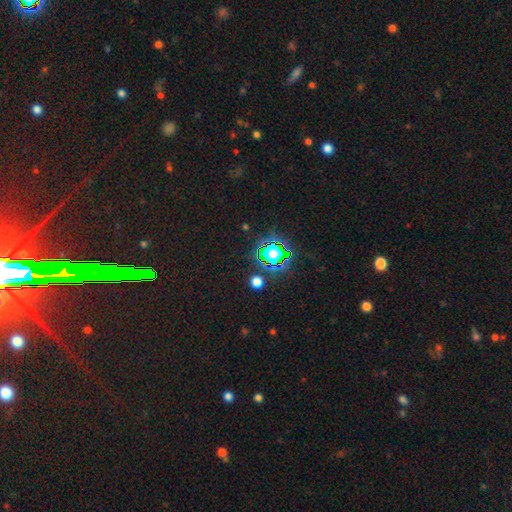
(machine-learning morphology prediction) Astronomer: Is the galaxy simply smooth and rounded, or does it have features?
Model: star or artifact — 82%.